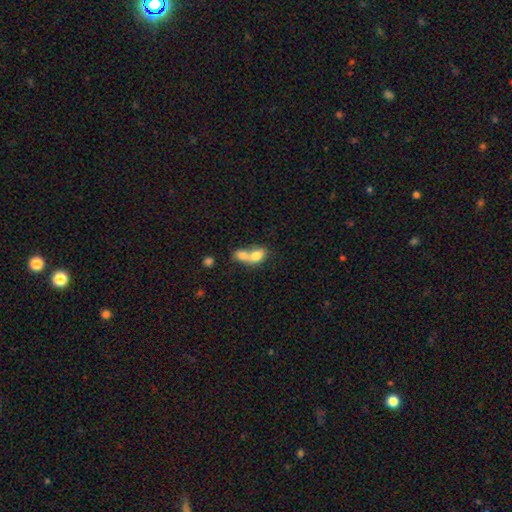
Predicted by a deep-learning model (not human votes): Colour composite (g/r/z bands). It shows a smooth galaxy with no disk features (74%) that is in between round and cigar-shaped (70%). Merging: merger (76%).